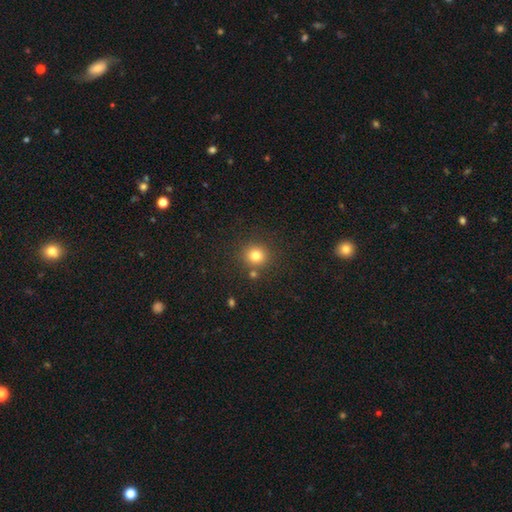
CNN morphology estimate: Smooth or featured? smooth (79%)
How rounded? round (92%)
Merging? none (82%)